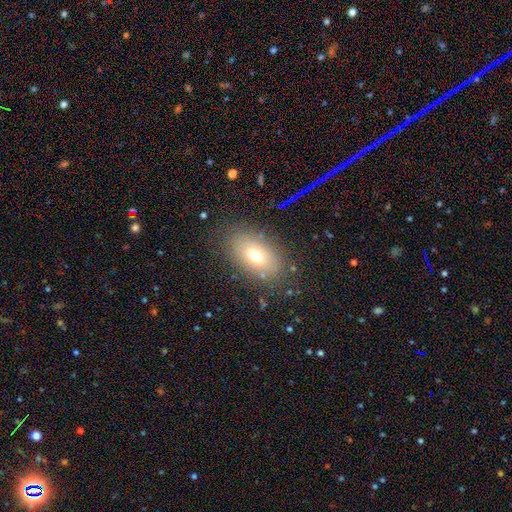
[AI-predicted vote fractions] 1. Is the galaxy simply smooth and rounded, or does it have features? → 69% smooth, 18% featured or disk, 12% star or artifact.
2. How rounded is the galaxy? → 86% in between, 12% round, 2% cigar-shaped.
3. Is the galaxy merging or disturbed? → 82% none, 11% minor disturbance, 5% major disturbance, 2% merger.